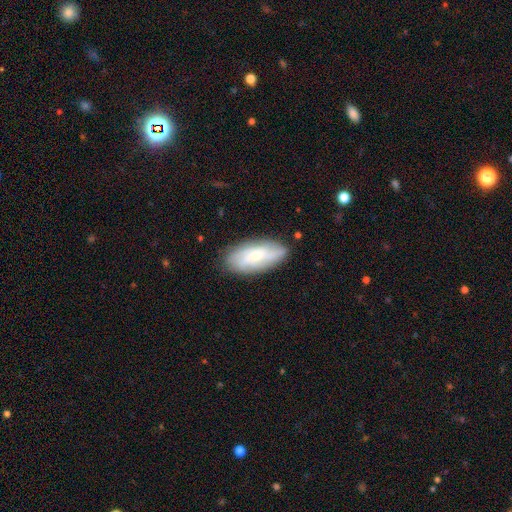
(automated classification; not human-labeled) Smooth or featured?
  - featured or disk: 55% *
  - smooth: 38%
  - star or artifact: 7%
Edge-on disk?
  - no: 87% *
  - yes: 13%
Merging?
  - none: 81% *
  - minor disturbance: 15%
  - major disturbance: 3%
  - merger: 1%